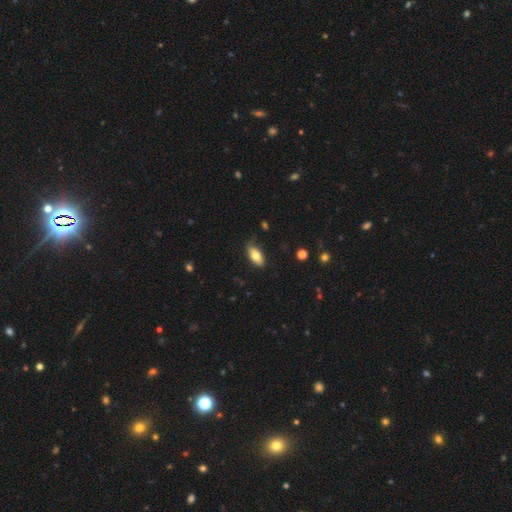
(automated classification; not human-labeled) Smooth or featured? smooth (75%)
How rounded? in between (89%)
Merging? none (72%)